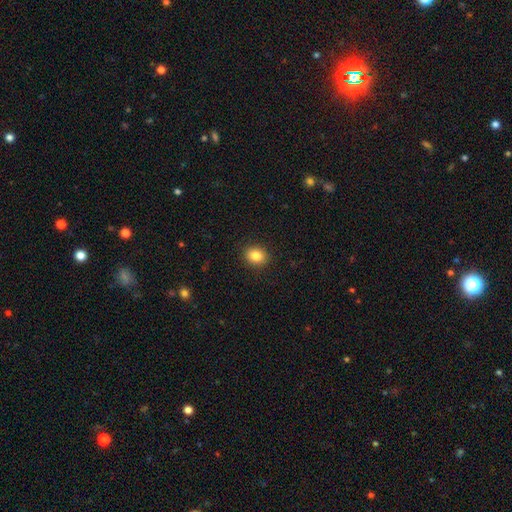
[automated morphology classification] Smooth or featured?
  - smooth: 84% *
  - star or artifact: 9%
  - featured or disk: 6%
How rounded?
  - round: 52% *
  - in between: 47%
  - cigar-shaped: 1%
Merging?
  - none: 90% *
  - minor disturbance: 7%
  - major disturbance: 2%
  - merger: 1%